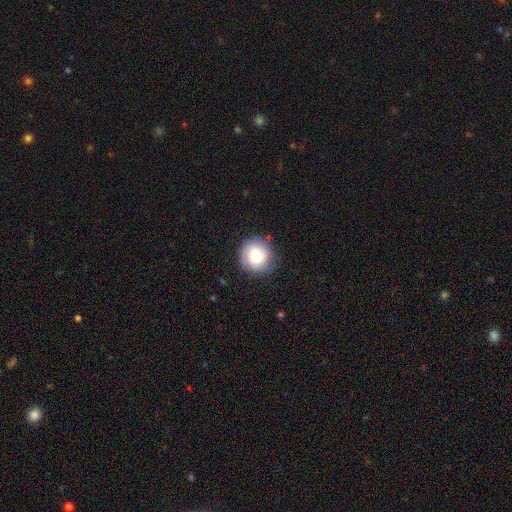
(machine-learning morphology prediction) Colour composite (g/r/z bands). It shows a smooth galaxy with no disk features (59%) that is round (91%). Merging: none (79%).